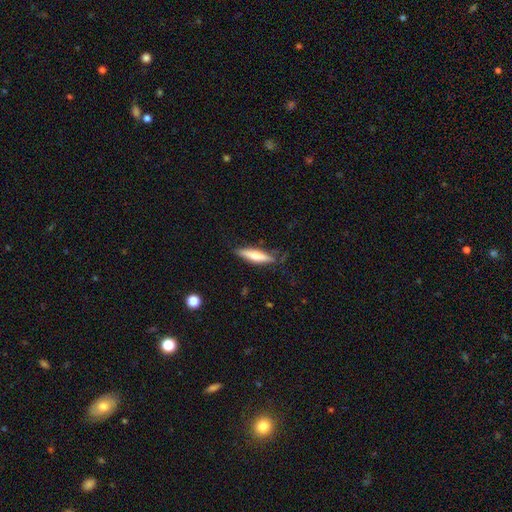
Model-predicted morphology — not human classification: This appears to be a smooth galaxy with no disk features (60%) that is cigar-shaped (79%). Merging: none (74%).